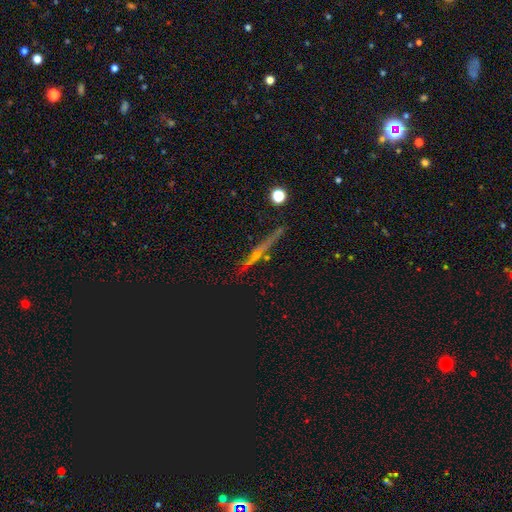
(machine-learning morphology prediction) Q: Smooth or featured?
A: featured or disk (47%); runner-up: smooth (31%)
Q: Merging?
A: none (82%); runner-up: minor disturbance (11%)